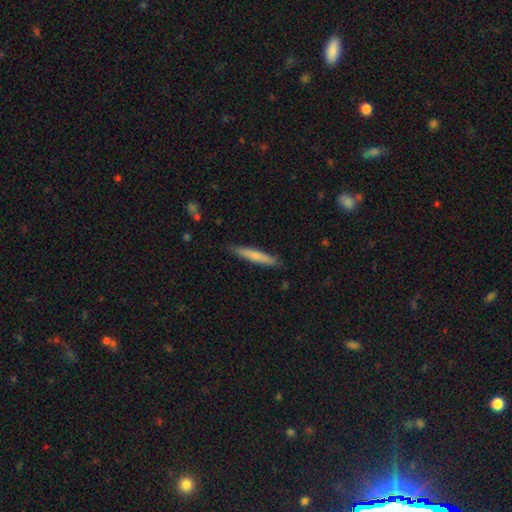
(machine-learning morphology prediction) A smooth galaxy with no disk features (68%) that is cigar-shaped (93%). Merging: none (86%).